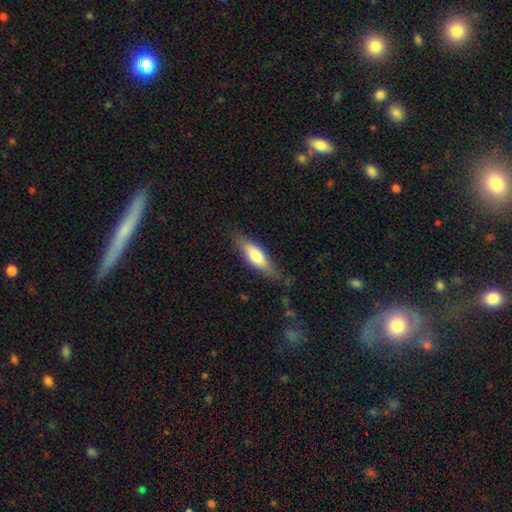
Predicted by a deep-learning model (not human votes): Smooth or featured?
  - smooth: 64% *
  - featured or disk: 30%
  - star or artifact: 6%
How rounded?
  - in between: 51% *
  - cigar-shaped: 47%
  - round: 2%
Merging?
  - none: 75% *
  - minor disturbance: 19%
  - major disturbance: 5%
  - merger: 2%